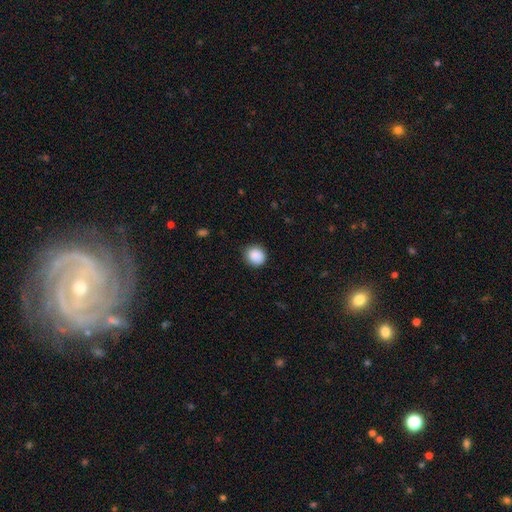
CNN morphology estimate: Smooth or featured: smooth — 89% (star or artifact — 8%)
How rounded: round — 88% (in between — 11%)
Merging: none — 85% (minor disturbance — 11%)